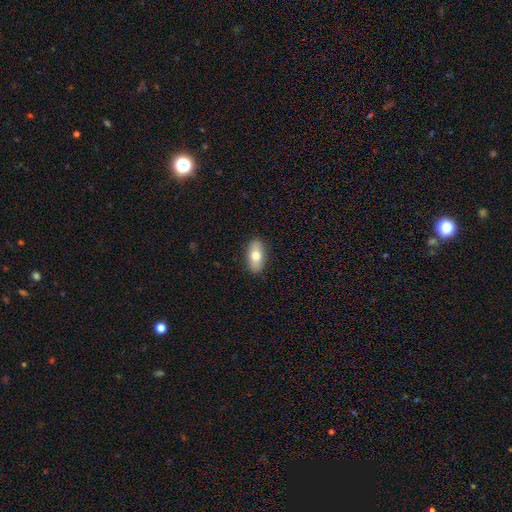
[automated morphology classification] smooth_or_featured: smooth (p=0.75) [alt: featured or disk p=0.18]
how_rounded: in between (p=0.87) [alt: cigar-shaped p=0.10]
merging: none (p=0.89) [alt: minor disturbance p=0.08]